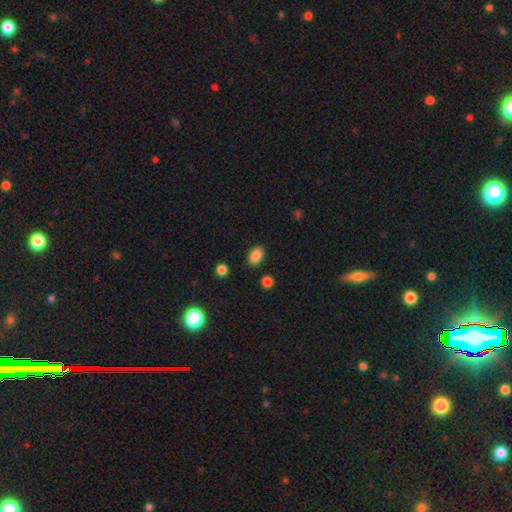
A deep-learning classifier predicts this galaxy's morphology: A smooth galaxy with no disk features (87%) that is in between round and cigar-shaped (83%).

Vote fractions:
- Smooth or featured? smooth: 87% / star or artifact: 9% / featured or disk: 4%
- How rounded? in between: 83% / round: 16% / cigar-shaped: 1%
- Merging? none: 87% / minor disturbance: 9% / major disturbance: 3% / merger: 2%